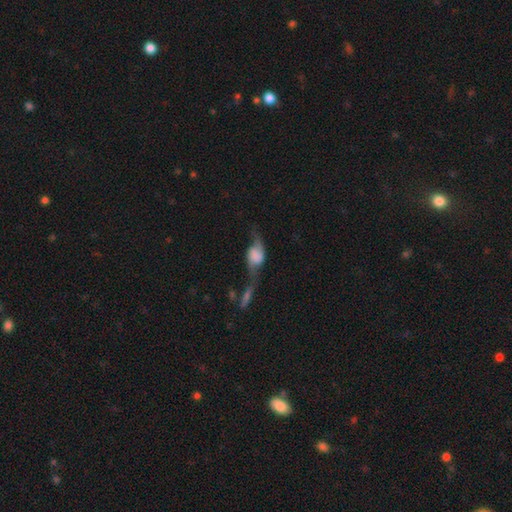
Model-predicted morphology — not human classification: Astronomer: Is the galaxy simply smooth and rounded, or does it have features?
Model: featured or disk — 50% (runner-up: smooth, 41%).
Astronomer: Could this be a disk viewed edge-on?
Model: no — 82%.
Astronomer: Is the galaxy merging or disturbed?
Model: merger — 37% (runner-up: major disturbance, 26%).